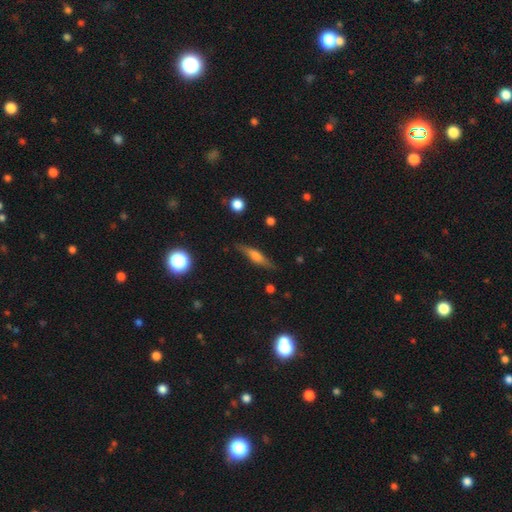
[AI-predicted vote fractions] A featured or disk galaxy (54%) viewed edge-on (92%). Merging: none (81%).